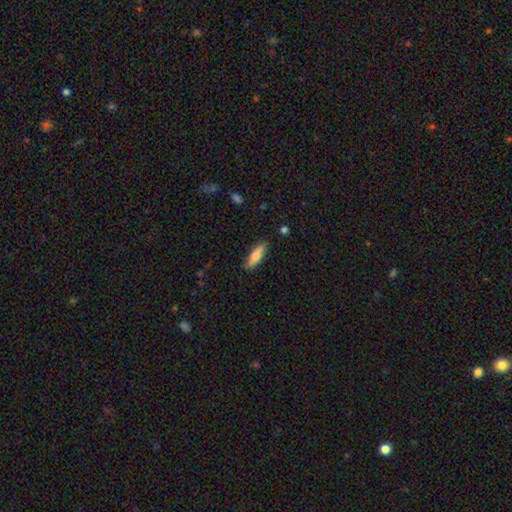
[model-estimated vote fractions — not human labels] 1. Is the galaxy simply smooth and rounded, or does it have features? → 70% smooth, 24% featured or disk, 6% star or artifact.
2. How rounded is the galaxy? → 59% cigar-shaped, 39% in between, 2% round.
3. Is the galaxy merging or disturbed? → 86% none, 10% minor disturbance, 2% major disturbance, 1% merger.